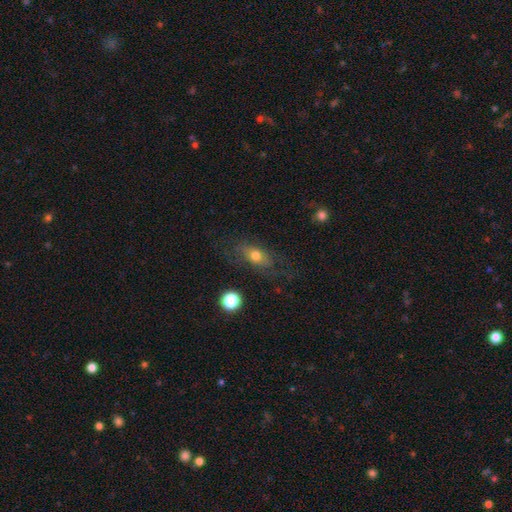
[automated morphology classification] Smooth or featured?
  - smooth: 58% *
  - featured or disk: 30%
  - star or artifact: 12%
How rounded?
  - in between: 73% *
  - round: 17%
  - cigar-shaped: 10%
Merging?
  - none: 62% *
  - minor disturbance: 20%
  - major disturbance: 16%
  - merger: 2%